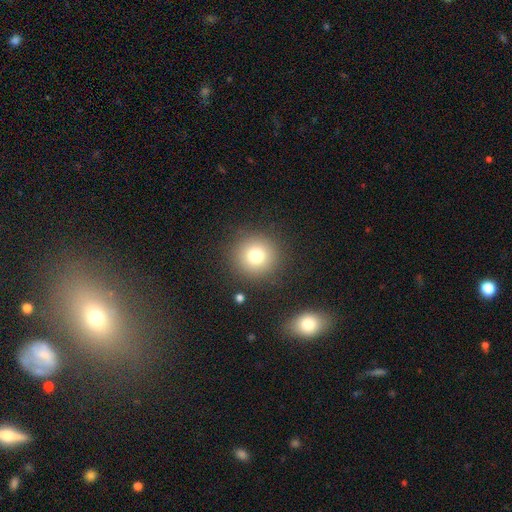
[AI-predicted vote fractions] This appears to be a smooth galaxy with no disk features (76%) that is round (94%). Merging: none (88%).